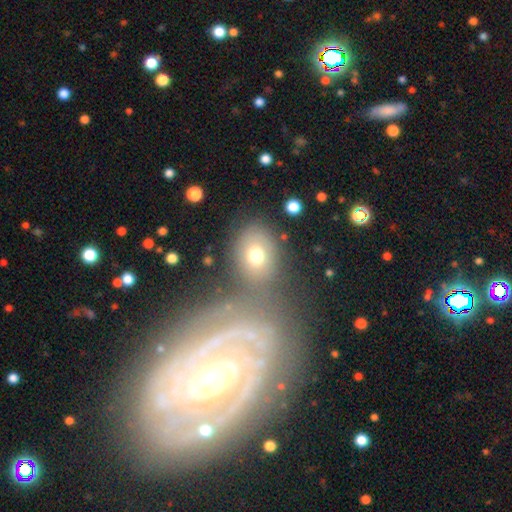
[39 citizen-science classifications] A smooth galaxy with no disk features (67%) that is round (54%).

Vote fractions:
- Smooth or featured? smooth: 67% / featured or disk: 26% / star or artifact: 8%
- How rounded? round: 54% / in between: 46% / cigar-shaped: 0%
- Merging? none: 53% / merger: 25% / minor disturbance: 14% / major disturbance: 8%